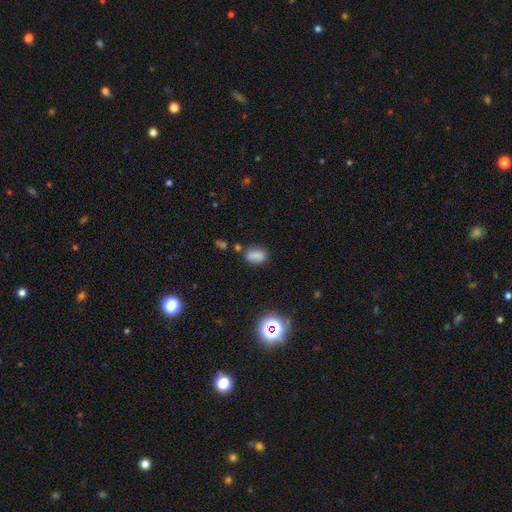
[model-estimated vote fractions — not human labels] Morphology: type=smooth (78%); roundness=in between (79%); merging=none (68%).